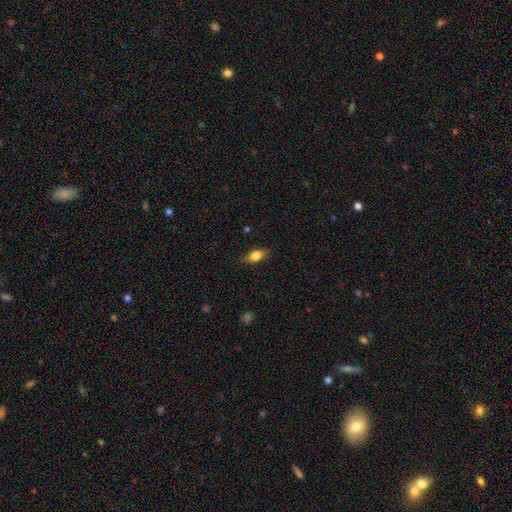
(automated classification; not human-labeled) Smooth or featured? smooth (75%)
How rounded? in between (81%)
Merging? none (82%)